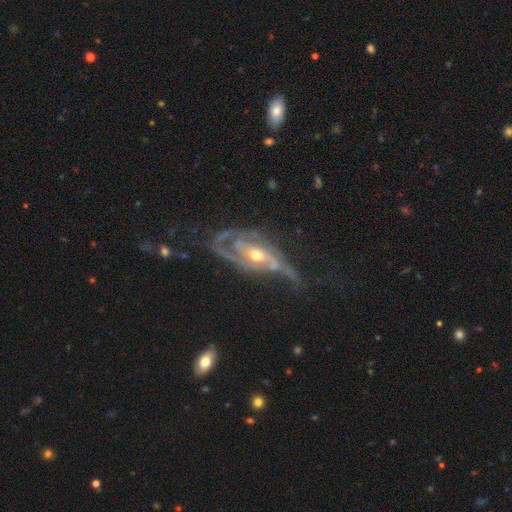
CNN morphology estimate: A featured or disk galaxy (88%) with no bar (54%), 2 (50%) tight (43%) spiral arms (92%) and a moderate central bulge (61%). Merging: none (45%).